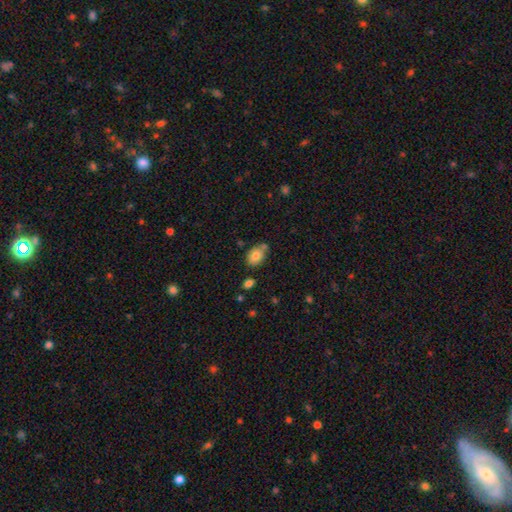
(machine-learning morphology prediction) smooth_or_featured: smooth (p=0.81) [alt: featured or disk p=0.10]
how_rounded: in between (p=0.78) [alt: round p=0.21]
merging: none (p=0.64) [alt: minor disturbance p=0.18]